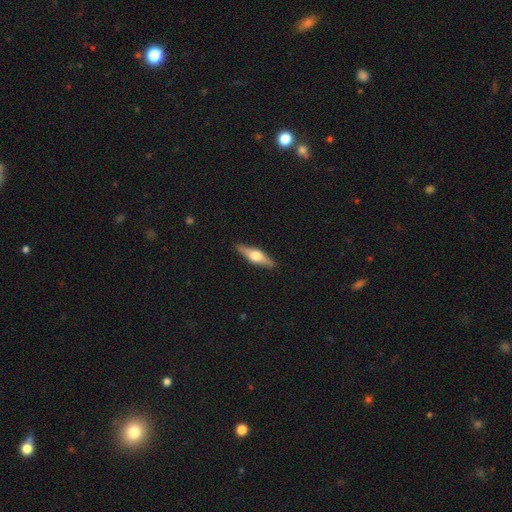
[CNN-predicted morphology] Smooth or featured?
  - featured or disk: 64% *
  - smooth: 31%
  - star or artifact: 6%
Edge-on disk?
  - yes: 96% *
  - no: 4%
Edge-on bulge?
  - rounded: 92% *
  - boxy: 6%
  - none: 2%
Merging?
  - none: 90% *
  - minor disturbance: 8%
  - major disturbance: 2%
  - merger: 1%